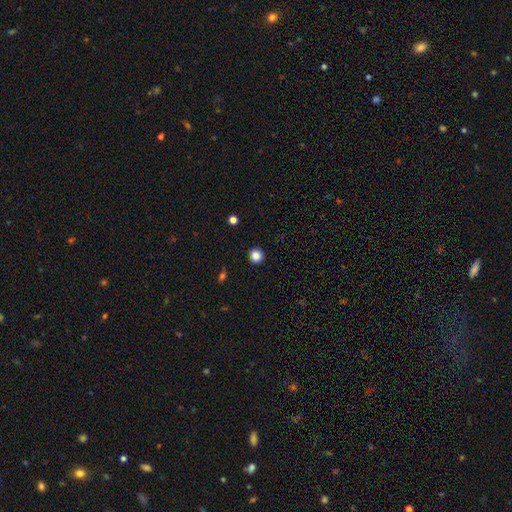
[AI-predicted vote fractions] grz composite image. It shows a smooth galaxy with no disk features (86%) that is round (93%). Merging: none (91%).